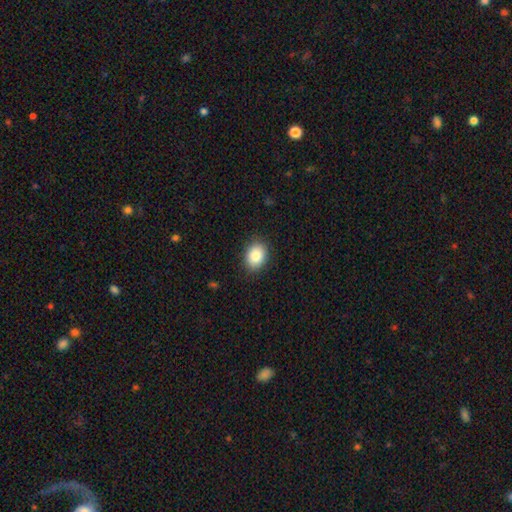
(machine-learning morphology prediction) smooth_or_featured: smooth (p=0.86) [alt: star or artifact p=0.08]
how_rounded: in between (p=0.65) [alt: round p=0.34]
merging: none (p=0.88) [alt: minor disturbance p=0.09]